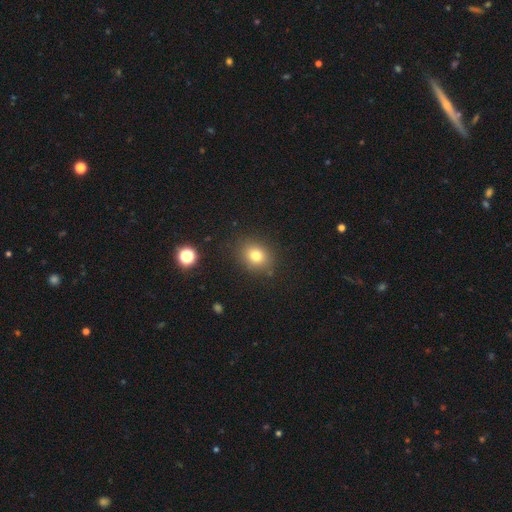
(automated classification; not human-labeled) A smooth galaxy with no disk features (78%) that is round (58%).

Vote fractions:
- Smooth or featured? smooth: 78% / star or artifact: 14% / featured or disk: 9%
- How rounded? round: 58% / in between: 41% / cigar-shaped: 1%
- Merging? none: 85% / minor disturbance: 10% / major disturbance: 3% / merger: 2%